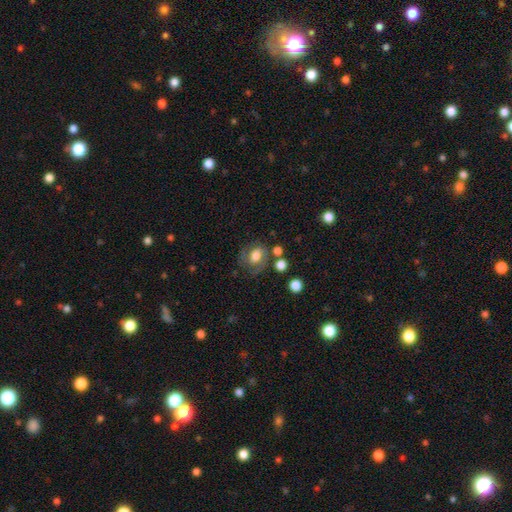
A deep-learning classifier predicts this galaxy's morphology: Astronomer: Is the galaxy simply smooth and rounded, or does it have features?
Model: smooth — 49% (runner-up: featured or disk, 42%).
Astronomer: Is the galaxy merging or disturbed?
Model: none — 57%.